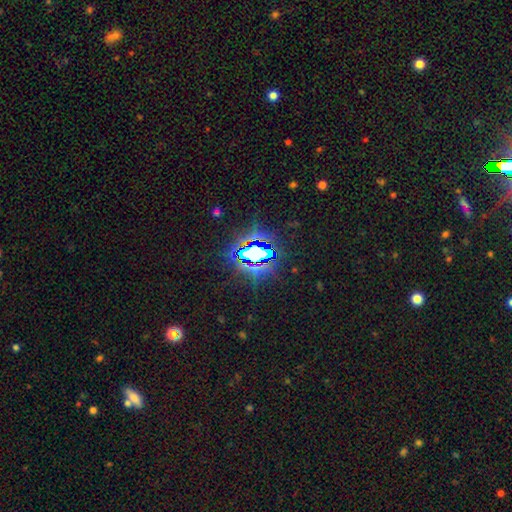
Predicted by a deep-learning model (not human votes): Smooth or featured? Predicted: star or artifact (p=0.79).